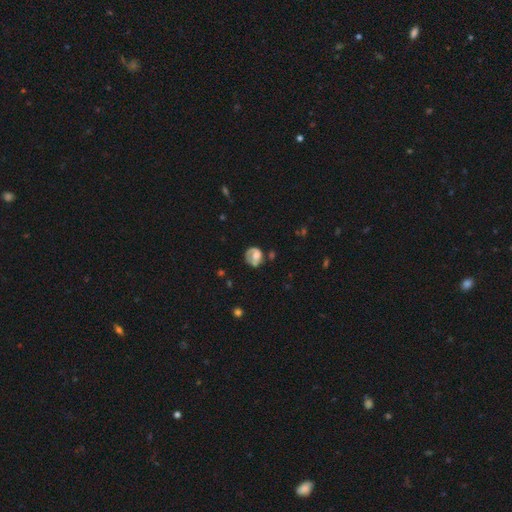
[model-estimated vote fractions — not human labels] The model was most divided on "smooth or featured": smooth: 49%, featured or disk: 43%, star or artifact: 8%. Remaining: merging — none (44%).